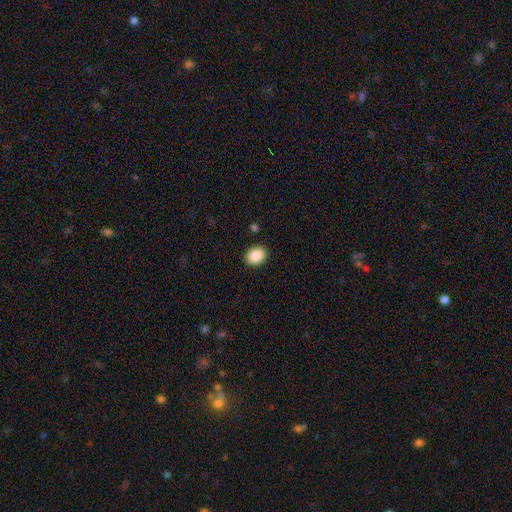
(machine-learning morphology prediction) Smooth or featured: smooth — 89% (star or artifact — 8%)
How rounded: in between — 52% (round — 47%)
Merging: none — 90% (minor disturbance — 6%)